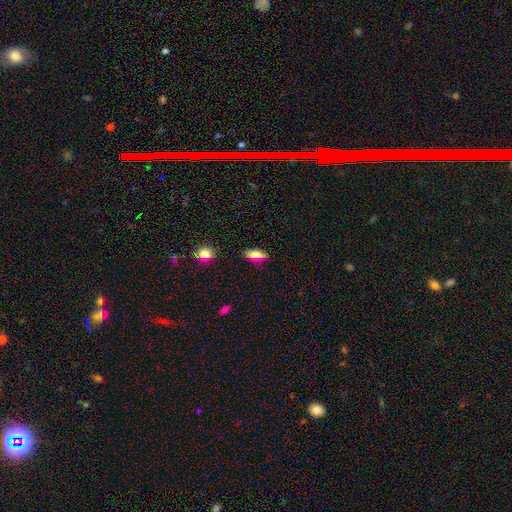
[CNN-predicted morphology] Smooth or featured? smooth (68%)
How rounded? in between (71%)
Merging? none (85%)